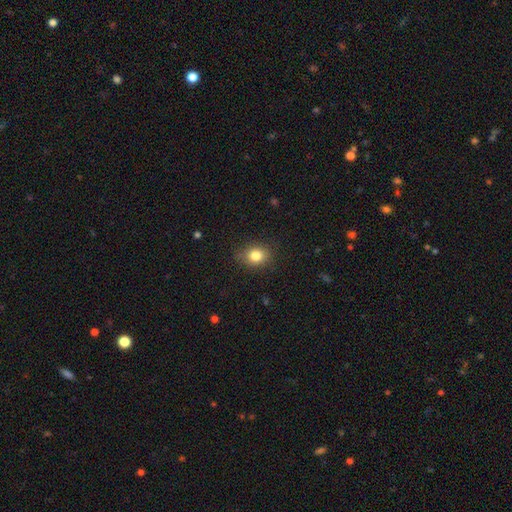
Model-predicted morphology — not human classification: Smooth or featured? Predicted: smooth (p=0.82). How rounded? Predicted: round (p=0.58). Merging? Predicted: none (p=0.82).